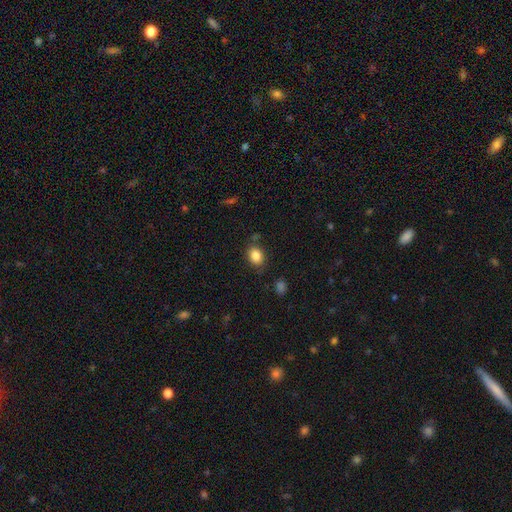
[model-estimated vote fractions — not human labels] smooth_or_featured: smooth (p=0.85) [alt: star or artifact p=0.09]
how_rounded: in between (p=0.58) [alt: round p=0.41]
merging: none (p=0.79) [alt: minor disturbance p=0.14]